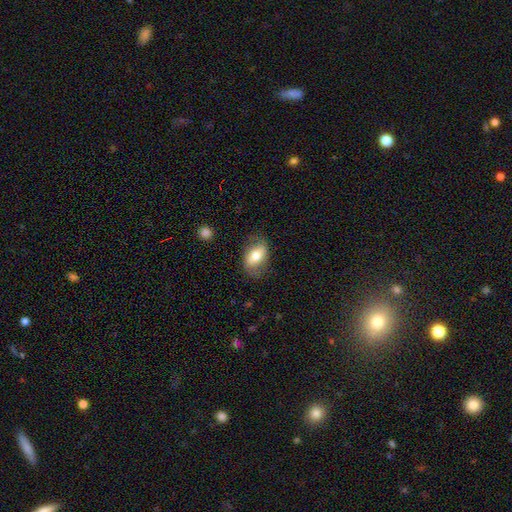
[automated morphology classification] type=smooth (65%); roundness=in between (86%); merging=none (72%).